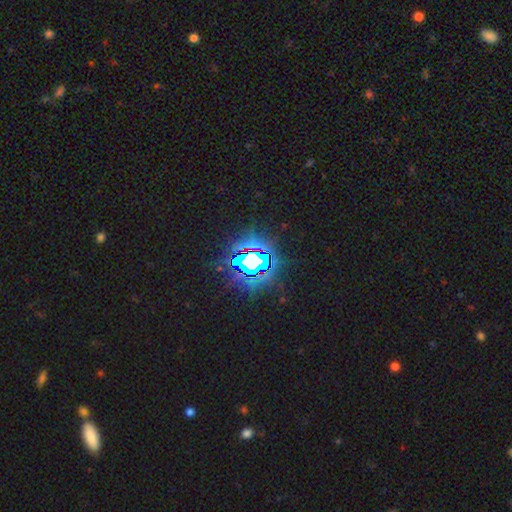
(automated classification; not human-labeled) smooth-or-featured: star or artifact: 78% | smooth: 12% | featured or disk: 10%